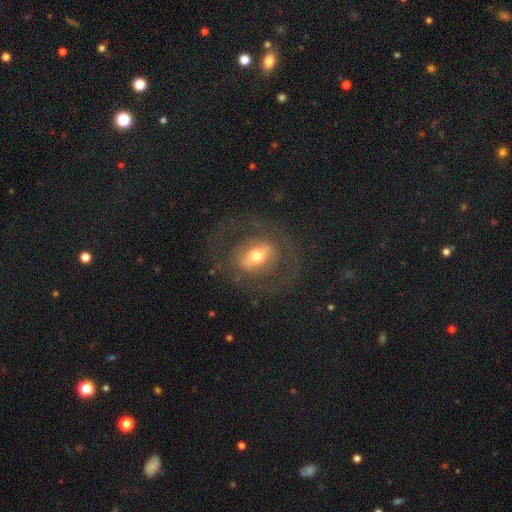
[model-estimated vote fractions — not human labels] This appears to be a featured or disk galaxy (64%) with a strong bar (38%), no spiral arms (66%) and a moderate central bulge (66%). Merging: none (72%).